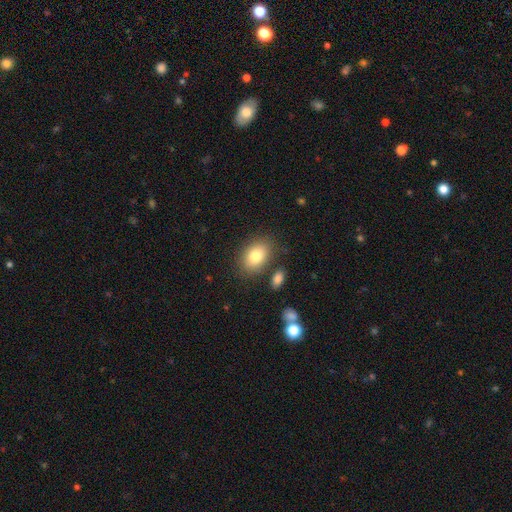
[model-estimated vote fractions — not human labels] Smooth or featured: smooth — 81% (featured or disk — 11%)
How rounded: in between — 81% (round — 18%)
Merging: none — 80% (minor disturbance — 11%)